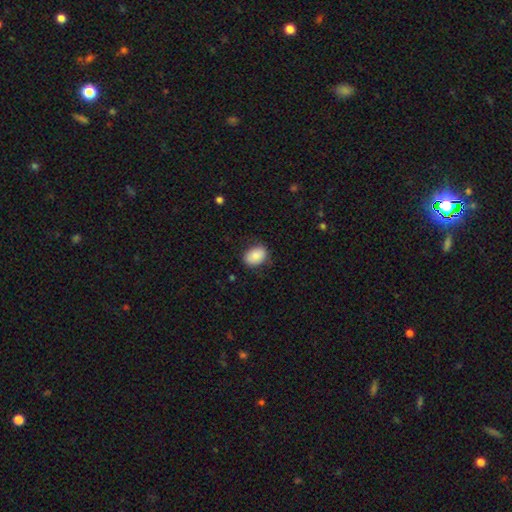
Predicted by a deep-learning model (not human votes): smooth_or_featured: smooth (p=0.84) [alt: featured or disk p=0.09]
how_rounded: in between (p=0.78) [alt: round p=0.21]
merging: none (p=0.79) [alt: minor disturbance p=0.16]